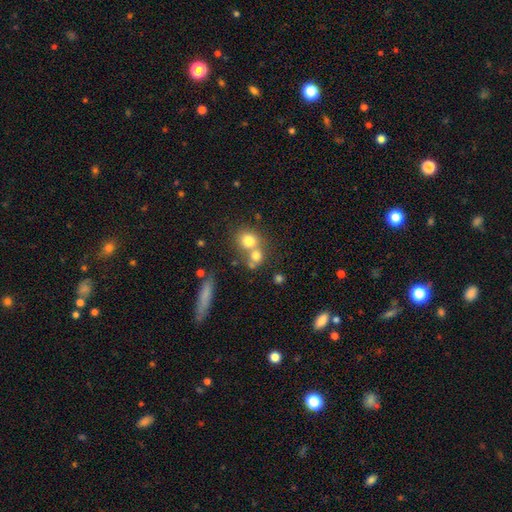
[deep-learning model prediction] Overall: smooth (74%). How rounded: round (75%). Merging: merger (51%; none 37%).